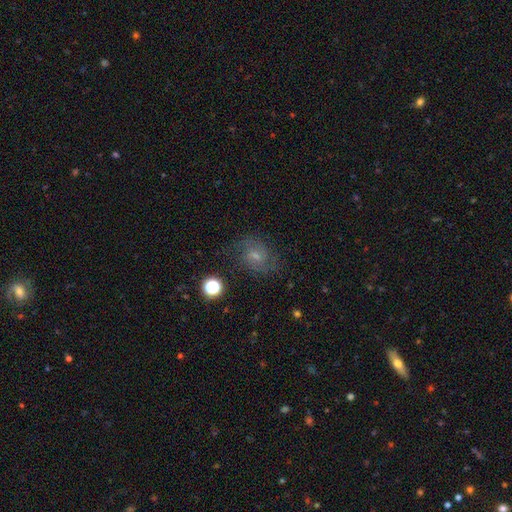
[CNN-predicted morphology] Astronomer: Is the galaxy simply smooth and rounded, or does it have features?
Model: featured or disk — 53% (runner-up: smooth, 30%).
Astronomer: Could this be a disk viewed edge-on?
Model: no — 97%.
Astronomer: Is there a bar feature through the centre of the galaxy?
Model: weak — 47% (runner-up: no, 45%).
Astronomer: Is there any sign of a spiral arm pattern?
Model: yes — 87%.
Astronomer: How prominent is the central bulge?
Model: small — 55% (runner-up: moderate, 32%).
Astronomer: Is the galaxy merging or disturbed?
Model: none — 69%.